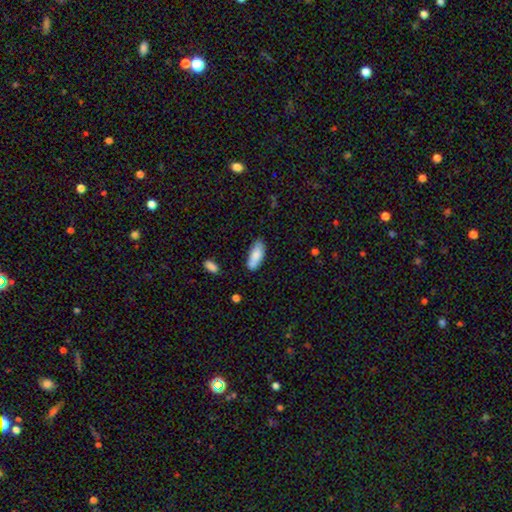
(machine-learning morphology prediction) Q: Smooth or featured?
A: smooth (80%); runner-up: featured or disk (13%)
Q: How rounded?
A: in between (79%); runner-up: cigar-shaped (19%)
Q: Merging?
A: none (72%); runner-up: minor disturbance (19%)